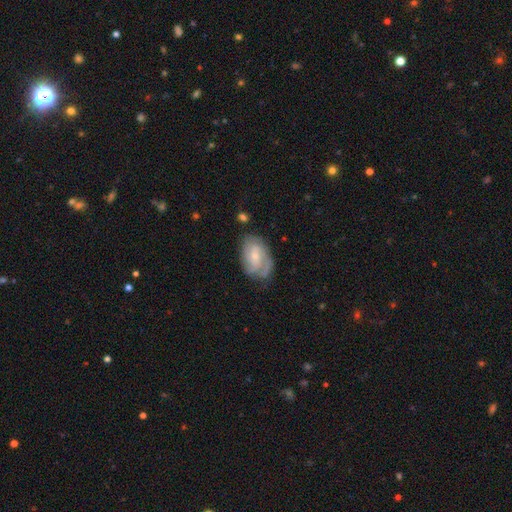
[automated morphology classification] Smooth or featured? featured or disk (69%)
Edge-on disk? no (96%)
Bar? no (55%)
Spiral arms? yes (89%)
Spiral winding? tight (48%)
Spiral arm count? 2 (38%)
Bulge size? small (62%)
Merging? none (64%)